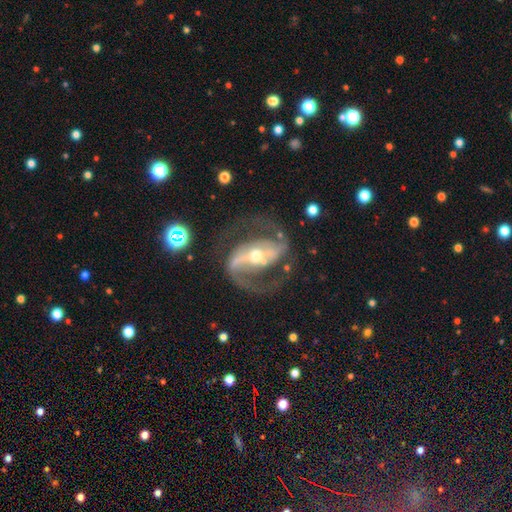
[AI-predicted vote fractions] Smooth or featured? Predicted: featured or disk (p=0.92). Edge-on disk? Predicted: no (p=0.97). Bar? Predicted: strong (p=0.57). Spiral arms? Predicted: yes (p=0.97). Spiral winding? Predicted: medium (p=0.59). Spiral arm count? Predicted: 2 (p=0.93). Bulge size? Predicted: moderate (p=0.54). Merging? Predicted: none (p=0.75).